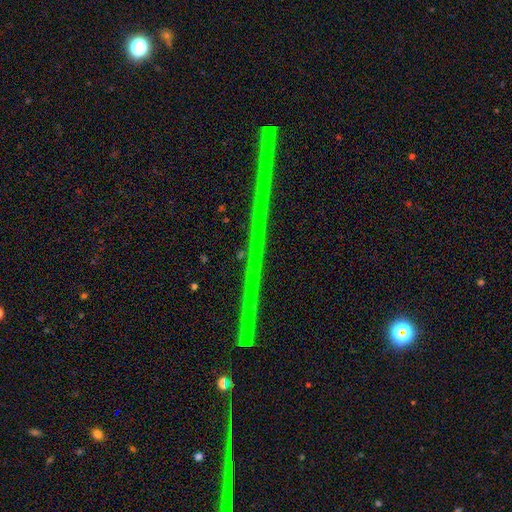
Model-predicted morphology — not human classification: star or artifact 80%, featured or disk 13%, smooth 7%.